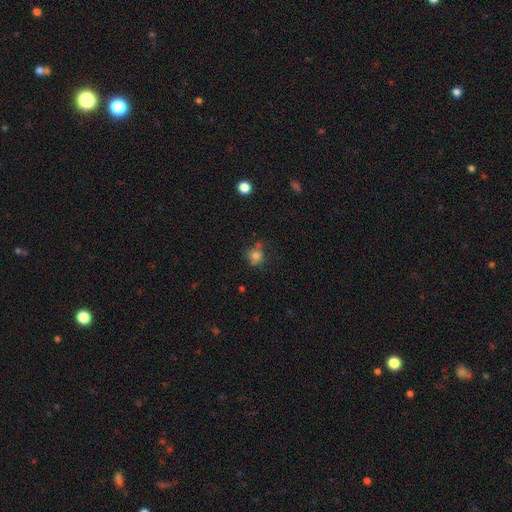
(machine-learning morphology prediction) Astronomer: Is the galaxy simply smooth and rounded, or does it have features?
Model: smooth — 75%.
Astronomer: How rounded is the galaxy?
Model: round — 78%.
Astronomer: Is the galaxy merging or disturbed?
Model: none — 58%.